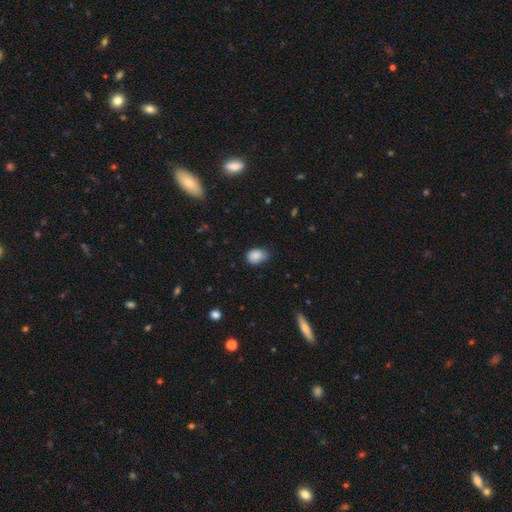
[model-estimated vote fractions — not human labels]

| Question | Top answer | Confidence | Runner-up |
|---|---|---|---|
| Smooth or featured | smooth | 86% | star or artifact (9%) |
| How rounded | in between | 65% | round (34%) |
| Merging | none | 62% | minor disturbance (31%) |